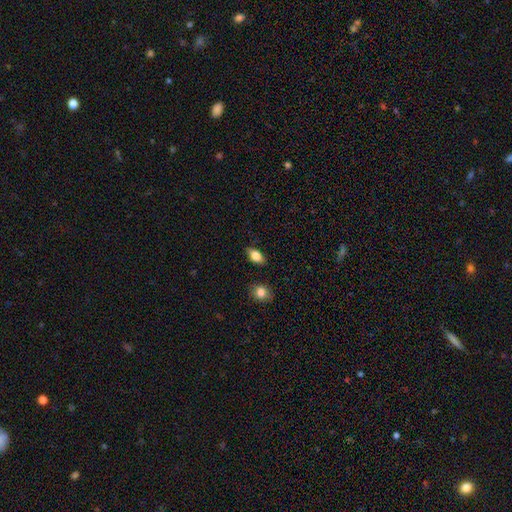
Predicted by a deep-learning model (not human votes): Smooth or featured?
  - smooth: 81% *
  - featured or disk: 11%
  - star or artifact: 8%
How rounded?
  - in between: 87% *
  - round: 9%
  - cigar-shaped: 5%
Merging?
  - none: 85% *
  - minor disturbance: 11%
  - major disturbance: 2%
  - merger: 2%